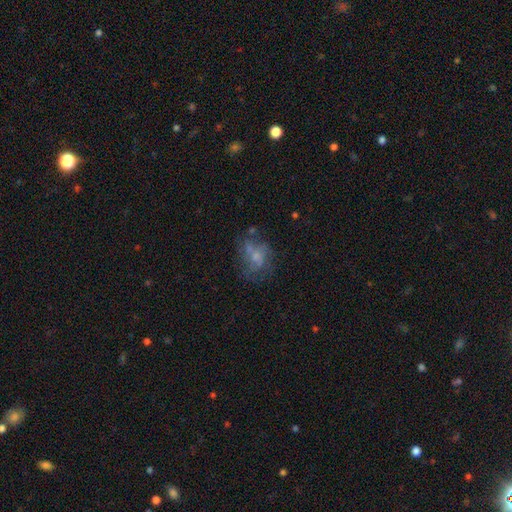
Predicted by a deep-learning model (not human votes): This is possibly a featured or disk galaxy (47%). Merging: marginally none (44%).